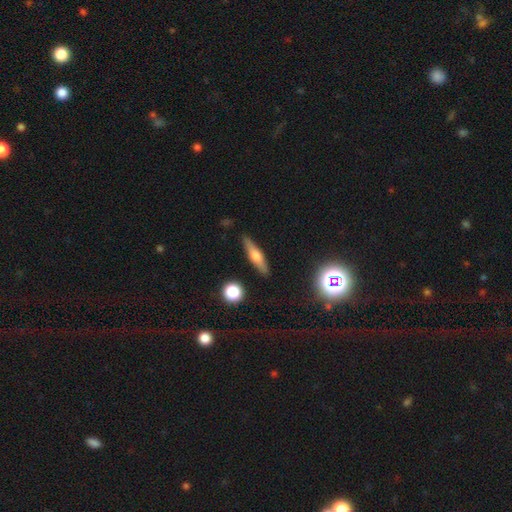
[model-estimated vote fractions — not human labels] Smooth or featured: featured or disk — 51% (smooth — 40%)
Edge-on disk: yes — 93% (no — 7%)
Merging: none — 88% (minor disturbance — 8%)